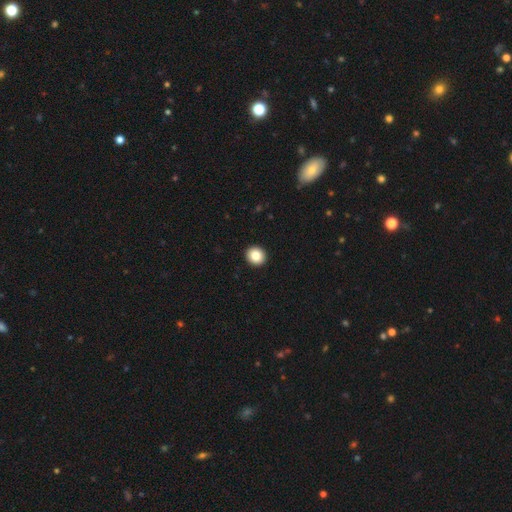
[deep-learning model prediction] Smooth or featured: smooth — 85% (star or artifact — 9%)
How rounded: round — 88% (in between — 11%)
Merging: none — 94% (minor disturbance — 4%)